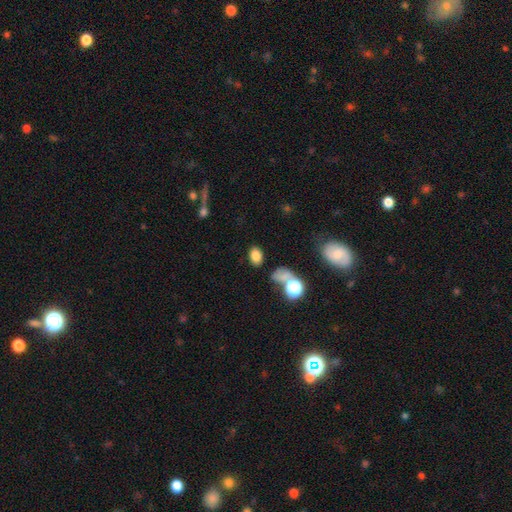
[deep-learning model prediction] Smooth or featured: smooth — 79% (star or artifact — 14%)
How rounded: in between — 82% (round — 16%)
Merging: none — 78% (minor disturbance — 12%)